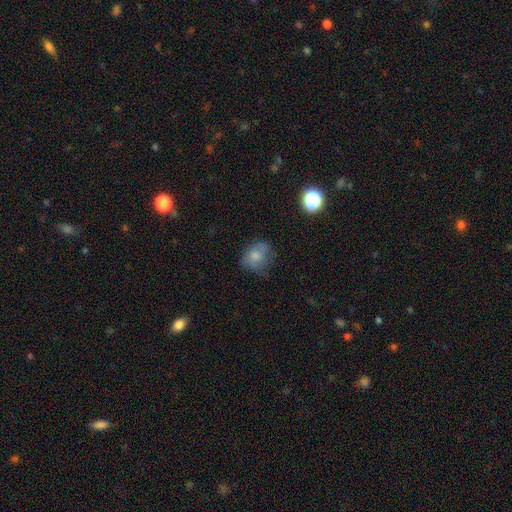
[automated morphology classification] This appears to be a smooth galaxy with no disk features (73%) that is round (55%). Merging: none (55%).